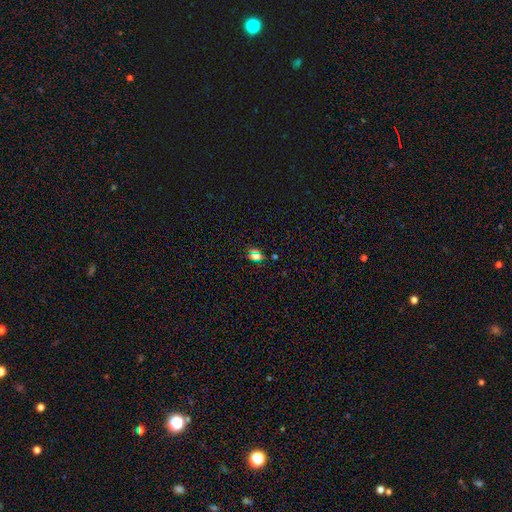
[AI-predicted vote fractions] Smooth or featured? Predicted: smooth (p=0.48). Merging? Predicted: none (p=0.79).